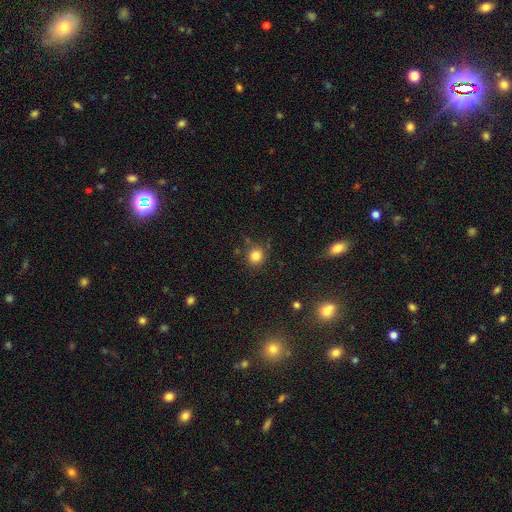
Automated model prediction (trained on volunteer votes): Morphology: type=smooth (83%); roundness=round (92%); merging=none (82%).